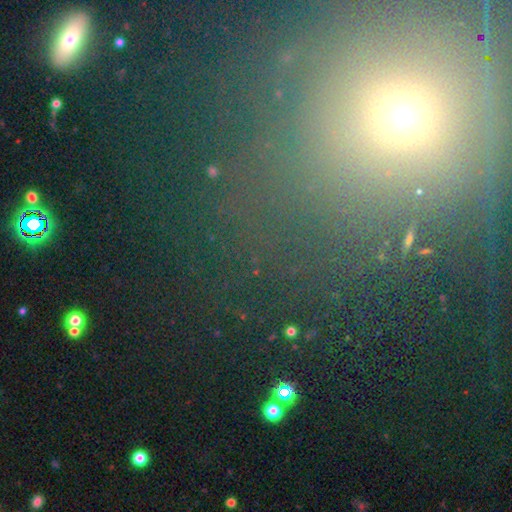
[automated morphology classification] smooth_or_featured: star or artifact (p=0.64) [alt: smooth p=0.24]